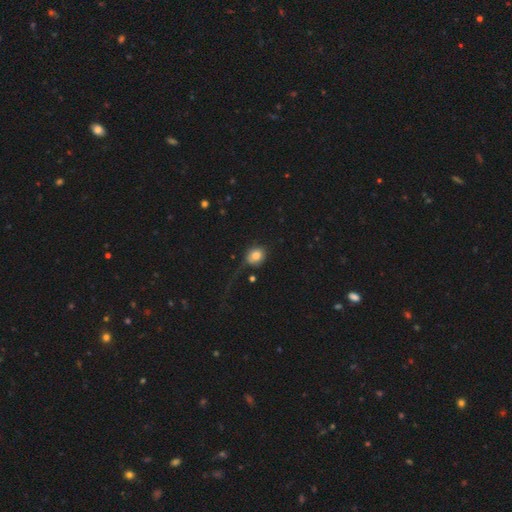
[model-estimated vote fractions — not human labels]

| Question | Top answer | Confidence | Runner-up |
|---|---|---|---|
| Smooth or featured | smooth | 79% | featured or disk (11%) |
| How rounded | round | 69% | in between (30%) |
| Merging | none | 51% | major disturbance (24%) |